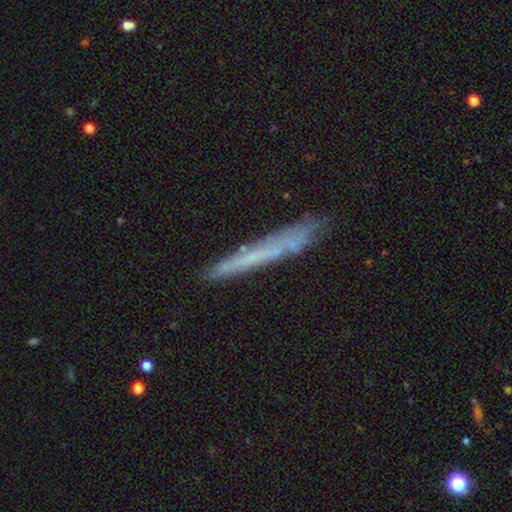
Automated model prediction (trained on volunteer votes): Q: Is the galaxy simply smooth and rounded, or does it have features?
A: smooth — 48%.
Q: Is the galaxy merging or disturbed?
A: none — 82%.